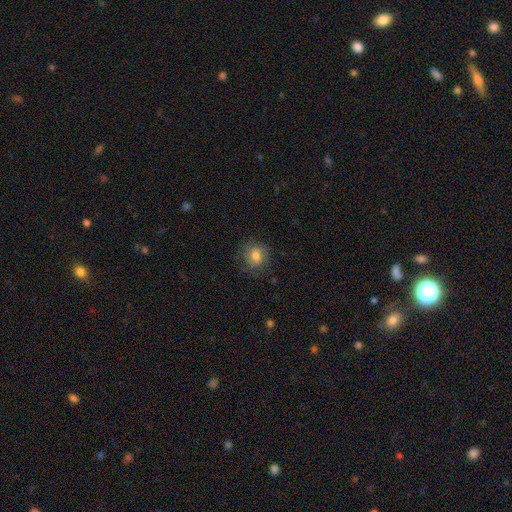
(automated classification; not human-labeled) Q: Smooth or featured?
A: smooth (77%); runner-up: featured or disk (13%)
Q: How rounded?
A: round (70%); runner-up: in between (29%)
Q: Merging?
A: none (77%); runner-up: minor disturbance (16%)